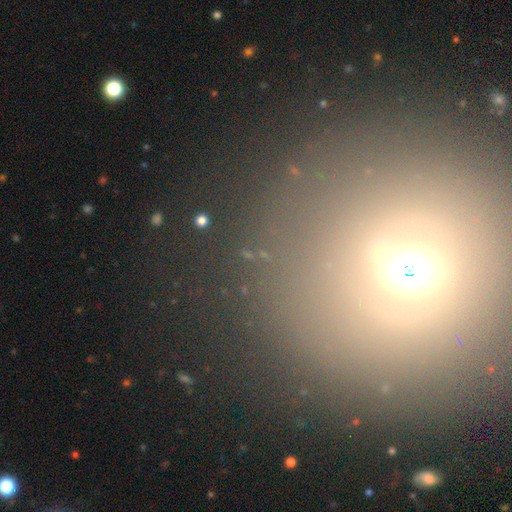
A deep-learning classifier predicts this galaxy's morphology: smooth-or-featured: star or artifact: 42% | smooth: 36% | featured or disk: 23%